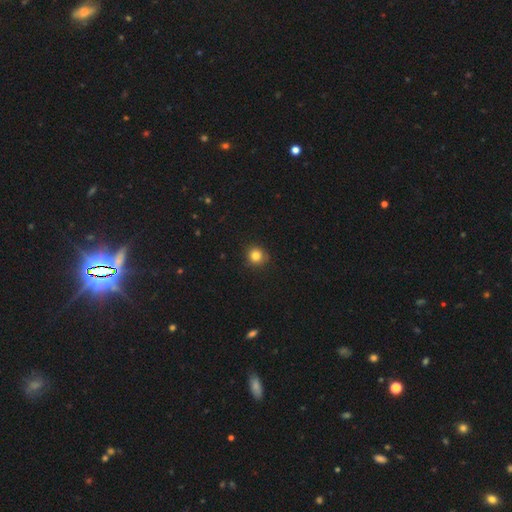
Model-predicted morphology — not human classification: A smooth galaxy with no disk features (83%) that is round (91%). Merging: none (88%).